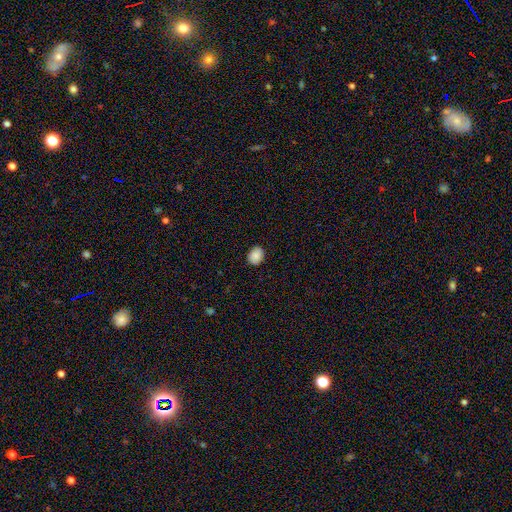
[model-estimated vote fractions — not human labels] Overall: smooth (88%). How rounded: in between (53%; round 46%). Merging: none (87%).